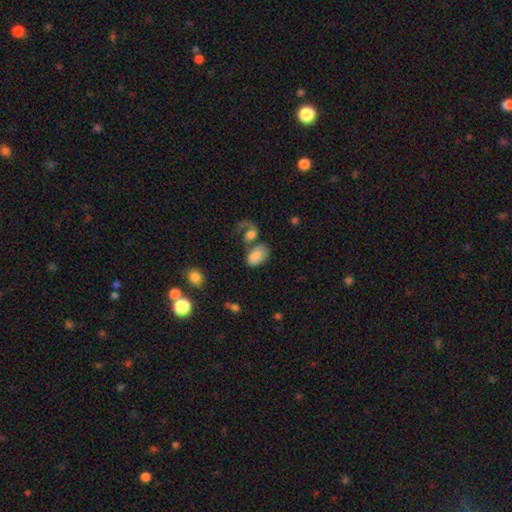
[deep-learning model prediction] smooth 73%, featured or disk 18%, star or artifact 9%. Down the decision tree: how rounded — in between (88%); merging — merger (36%).